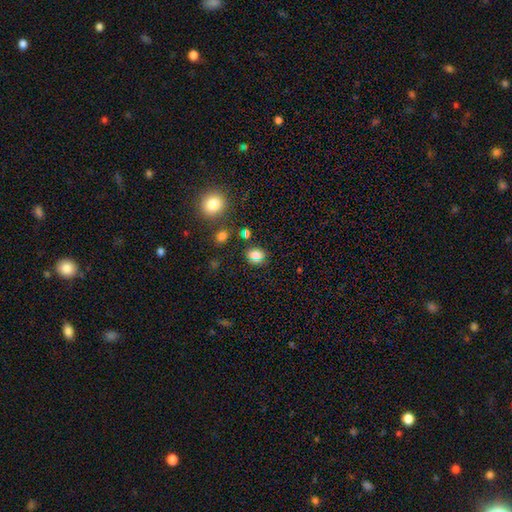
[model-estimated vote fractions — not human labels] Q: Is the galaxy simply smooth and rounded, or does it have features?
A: smooth — 78%.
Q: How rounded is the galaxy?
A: round — 59%.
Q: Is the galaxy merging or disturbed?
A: none — 79%.